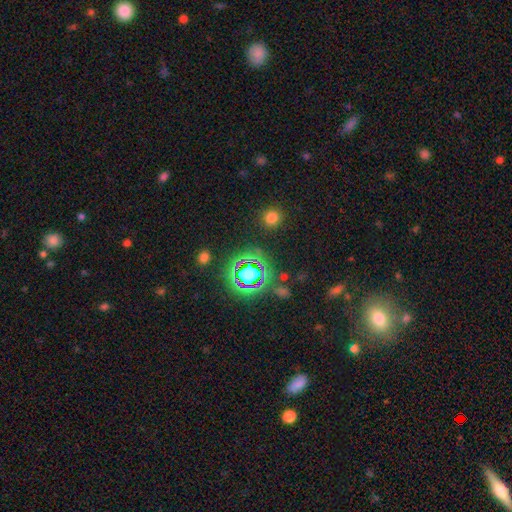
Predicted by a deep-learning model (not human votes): A star or artifact, not a galaxy (68%).

Vote fractions:
- Smooth or featured? star or artifact: 68% / smooth: 24% / featured or disk: 9%